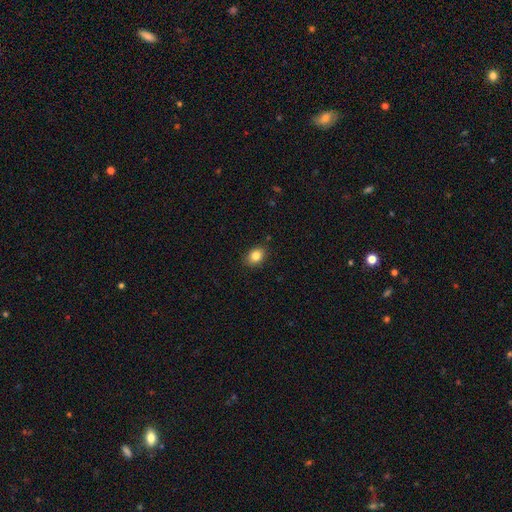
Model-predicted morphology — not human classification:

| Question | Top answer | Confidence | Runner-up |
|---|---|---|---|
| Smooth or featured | smooth | 84% | star or artifact (10%) |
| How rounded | in between | 62% | round (37%) |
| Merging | none | 87% | minor disturbance (10%) |